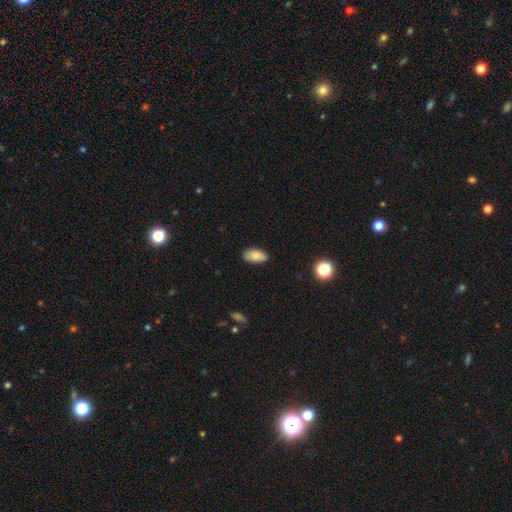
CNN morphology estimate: Smooth or featured?
  - smooth: 84% *
  - star or artifact: 8%
  - featured or disk: 8%
How rounded?
  - in between: 93% *
  - round: 3%
  - cigar-shaped: 3%
Merging?
  - none: 84% *
  - minor disturbance: 13%
  - major disturbance: 2%
  - merger: 1%